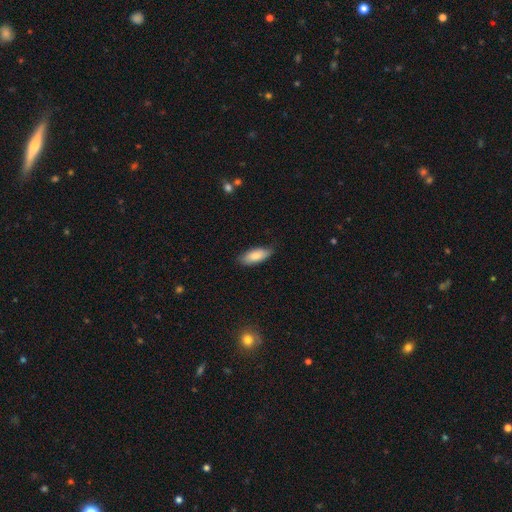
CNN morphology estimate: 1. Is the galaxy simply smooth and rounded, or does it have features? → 82% smooth, 12% featured or disk, 6% star or artifact.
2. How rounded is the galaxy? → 81% in between, 17% cigar-shaped, 2% round.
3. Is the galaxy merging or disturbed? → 76% none, 20% minor disturbance, 3% major disturbance, 1% merger.